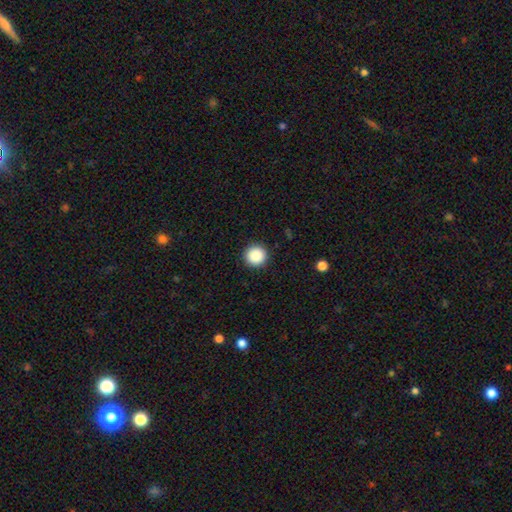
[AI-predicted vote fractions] Q: Smooth or featured?
A: smooth (88%); runner-up: star or artifact (9%)
Q: How rounded?
A: round (96%); runner-up: in between (3%)
Q: Merging?
A: none (92%); runner-up: minor disturbance (5%)